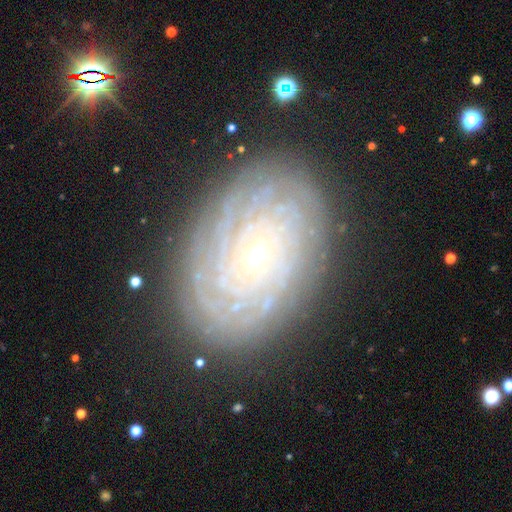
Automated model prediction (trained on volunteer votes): The model was most divided on "spiral arm count": more than 4: 29%, can't tell: 27%, 4: 17%, 3: 10%, 2: 9%, 1: 7%. More confident: spiral arms — yes (97%); edge-on disk — no (96%); spiral winding — tight (88%); smooth or featured — featured or disk (84%); merging — none (84%); bar — no (79%); bulge size — small (78%).